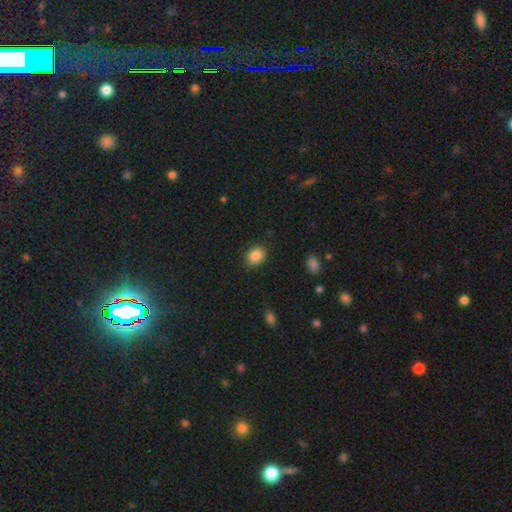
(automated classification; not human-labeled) This is clearly a smooth galaxy (86%). How rounded: likely in between (62%). Merging: clearly none (86%).